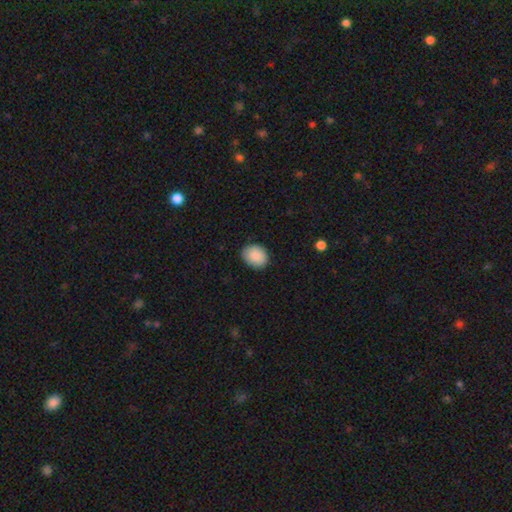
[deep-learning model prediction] Q: Smooth or featured?
A: smooth (88%); runner-up: star or artifact (7%)
Q: How rounded?
A: in between (50%); runner-up: round (49%)
Q: Merging?
A: none (87%); runner-up: minor disturbance (10%)